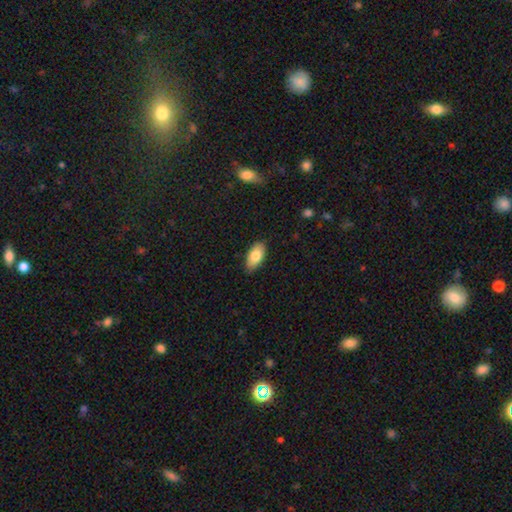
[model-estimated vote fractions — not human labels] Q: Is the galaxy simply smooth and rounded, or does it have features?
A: smooth — 80%.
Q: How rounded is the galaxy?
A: in between — 91%.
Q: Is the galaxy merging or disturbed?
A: none — 86%.